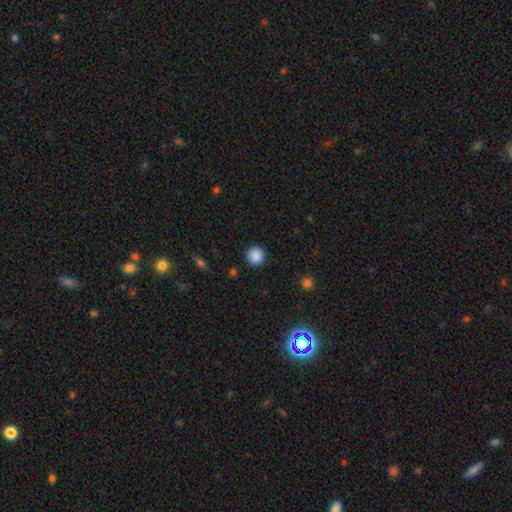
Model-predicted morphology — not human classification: Smooth or featured: smooth — 88% (star or artifact — 9%)
How rounded: round — 93% (in between — 6%)
Merging: none — 91% (minor disturbance — 6%)